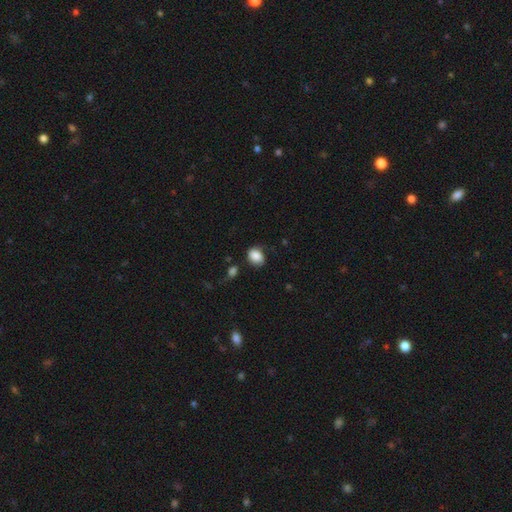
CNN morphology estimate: smooth 81%, featured or disk 11%, star or artifact 8%. Down the decision tree: how rounded — in between (60%); merging — none (57%).